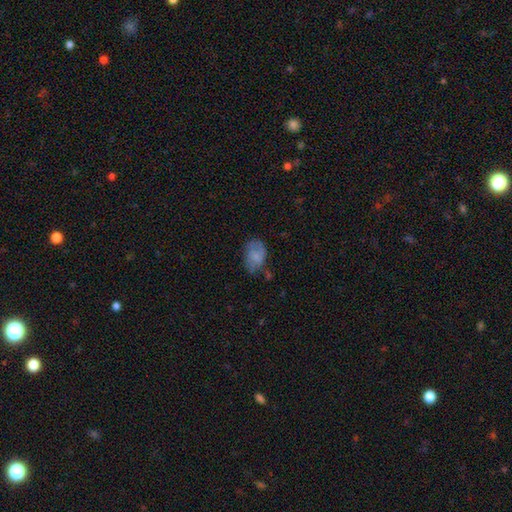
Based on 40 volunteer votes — This appears to be a smooth galaxy with no disk features (72%) that is in between round and cigar-shaped (76%). Merging: none (54%).